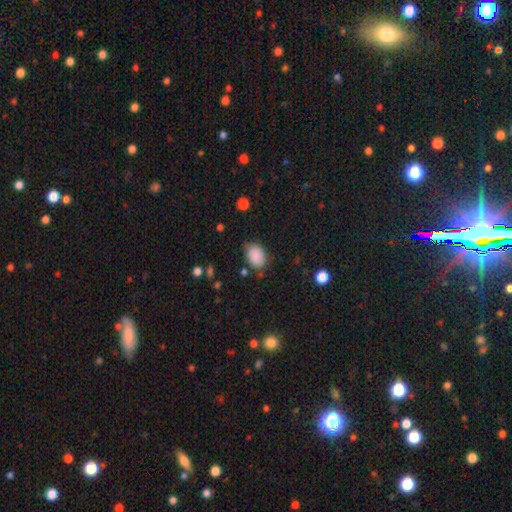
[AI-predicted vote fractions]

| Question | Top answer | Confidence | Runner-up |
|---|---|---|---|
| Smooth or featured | smooth | 88% | star or artifact (8%) |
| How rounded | in between | 76% | round (23%) |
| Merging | none | 74% | minor disturbance (19%) |